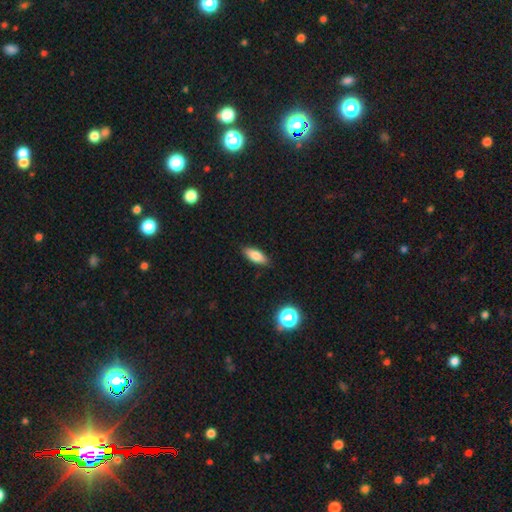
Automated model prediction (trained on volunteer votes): smooth 80%, featured or disk 12%, star or artifact 8%. Down the decision tree: how rounded — in between (78%); merging — none (87%).